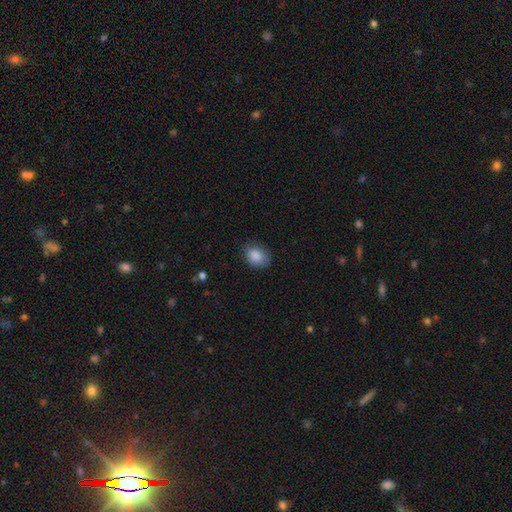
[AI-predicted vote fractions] Overall: smooth (87%). How rounded: in between (68%; round 31%). Merging: none (79%).